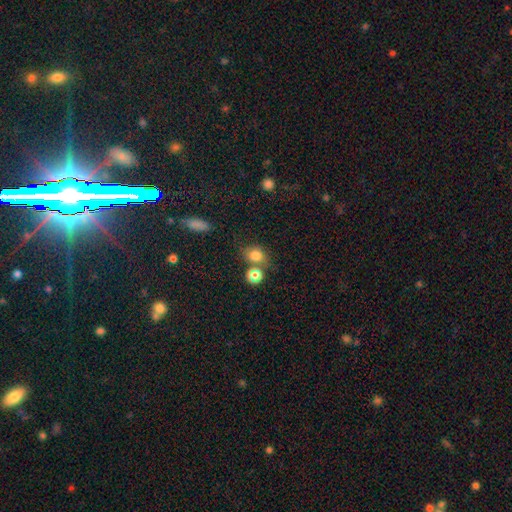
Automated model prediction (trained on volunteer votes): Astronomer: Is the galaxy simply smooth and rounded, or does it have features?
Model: smooth — 80%.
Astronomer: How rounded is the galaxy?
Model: round — 59% (runner-up: in between, 40%).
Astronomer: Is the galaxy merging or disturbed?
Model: none — 54%.